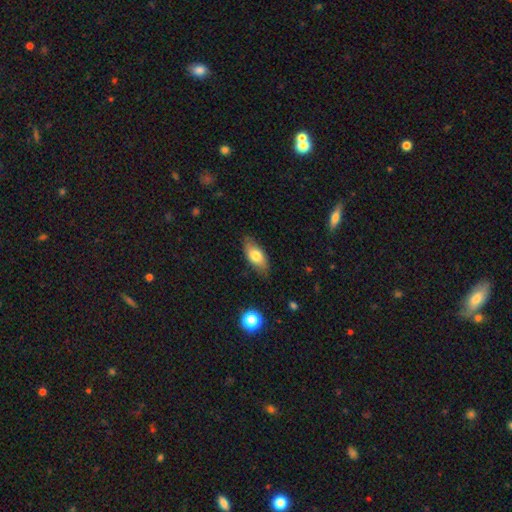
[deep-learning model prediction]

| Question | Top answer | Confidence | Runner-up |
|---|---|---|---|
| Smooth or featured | smooth | 73% | featured or disk (20%) |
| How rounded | in between | 85% | cigar-shaped (11%) |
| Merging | none | 79% | minor disturbance (17%) |